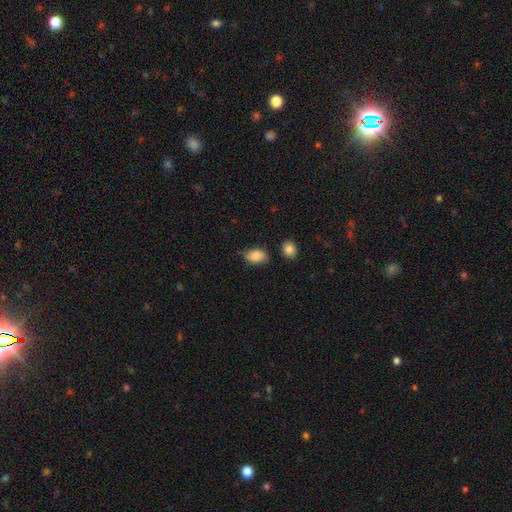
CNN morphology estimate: The model was most divided on "merging": none: 63%, minor disturbance: 28%, major disturbance: 5%, merger: 3%. More confident: how rounded — in between (85%); smooth or featured — smooth (84%).